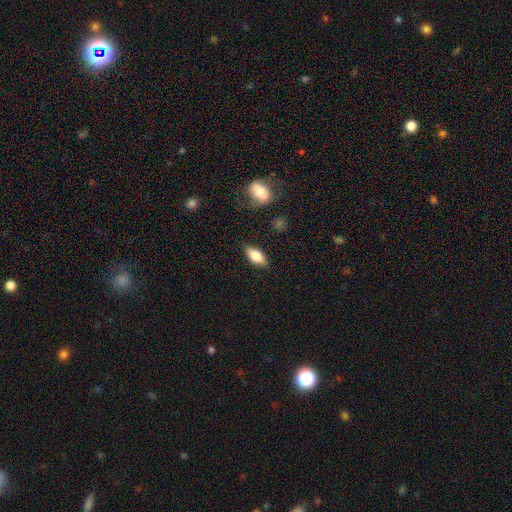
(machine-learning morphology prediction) smooth_or_featured: smooth (p=0.74) [alt: featured or disk p=0.19]
how_rounded: in between (p=0.83) [alt: cigar-shaped p=0.14]
merging: none (p=0.85) [alt: minor disturbance p=0.11]